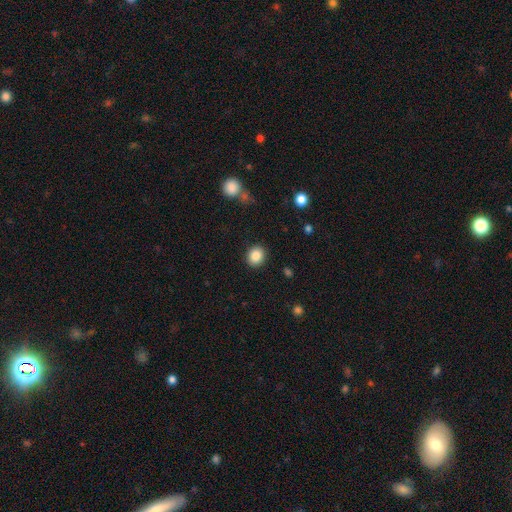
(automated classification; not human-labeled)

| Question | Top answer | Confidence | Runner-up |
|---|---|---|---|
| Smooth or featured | smooth | 86% | star or artifact (9%) |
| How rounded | round | 72% | in between (27%) |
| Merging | none | 90% | minor disturbance (6%) |